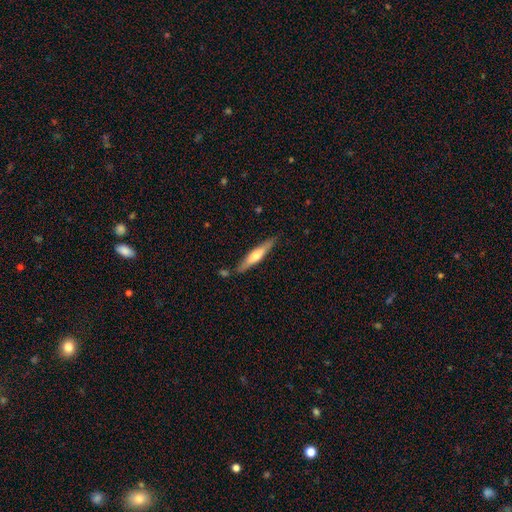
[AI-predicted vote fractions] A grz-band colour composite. It shows a featured or disk galaxy (50%). Merging: none (81%).